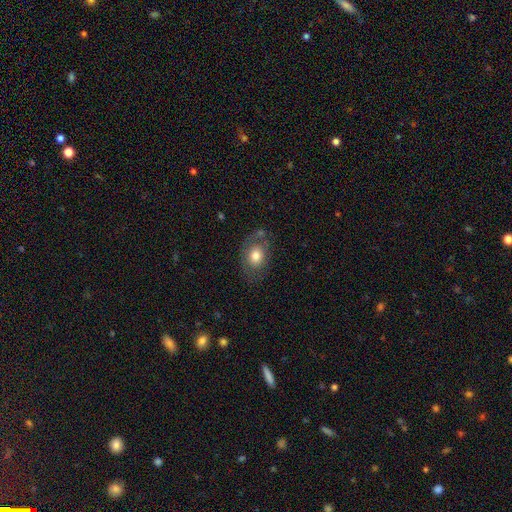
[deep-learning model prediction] Smooth or featured? smooth (70%)
How rounded? in between (67%)
Merging? none (66%)